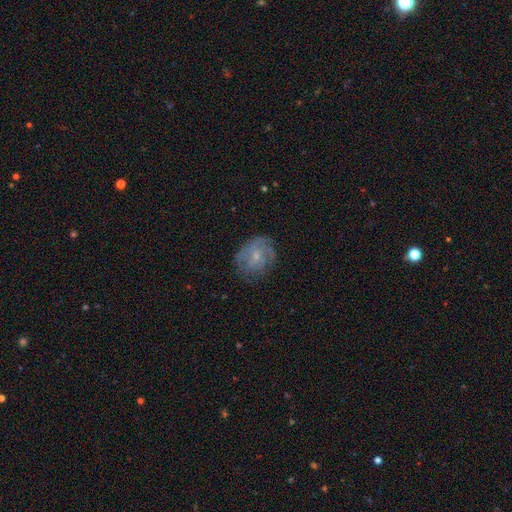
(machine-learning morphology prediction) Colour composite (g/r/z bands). It shows a featured or disk galaxy (57%) with no bar (66%), spiral arms (77%) and a small central bulge (69%). Merging: none (68%).